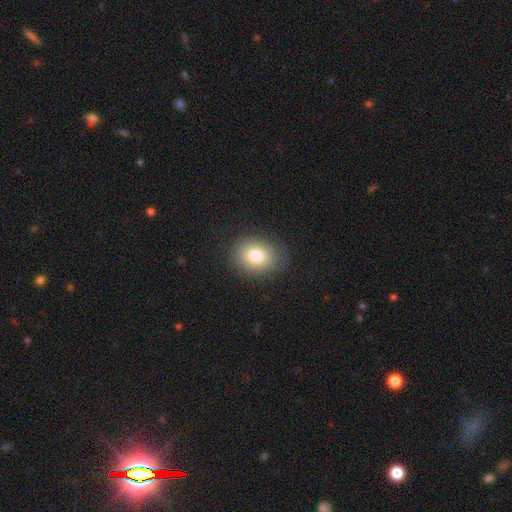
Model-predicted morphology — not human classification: Q: Smooth or featured?
A: smooth (81%); runner-up: featured or disk (10%)
Q: How rounded?
A: in between (58%); runner-up: round (41%)
Q: Merging?
A: none (84%); runner-up: minor disturbance (11%)